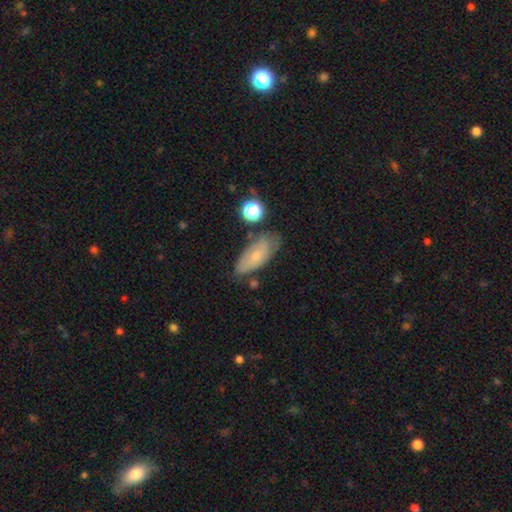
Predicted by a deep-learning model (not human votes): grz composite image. It shows a smooth galaxy with no disk features (62%) that is in between round and cigar-shaped (84%). Merging: none (62%).